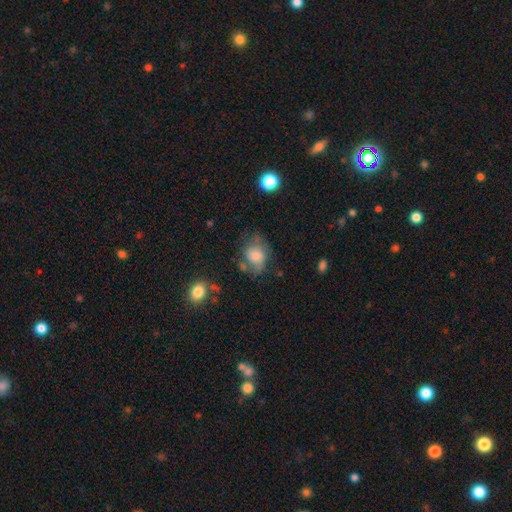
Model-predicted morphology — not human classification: Q: Smooth or featured?
A: smooth (65%); runner-up: featured or disk (26%)
Q: How rounded?
A: round (53%); runner-up: in between (46%)
Q: Merging?
A: none (48%); runner-up: minor disturbance (28%)